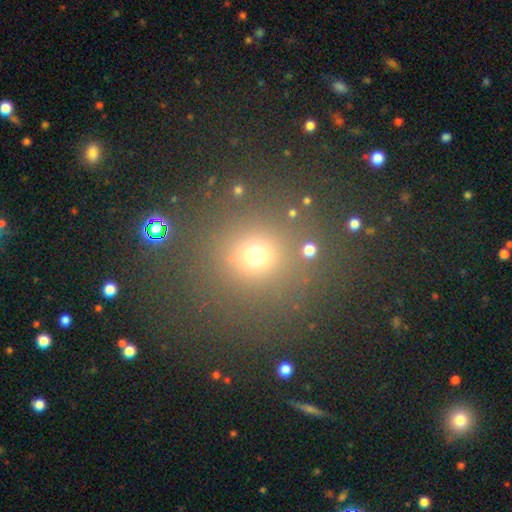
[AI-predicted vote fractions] A smooth galaxy with no disk features (66%) that is round (91%). Merging: none (83%).